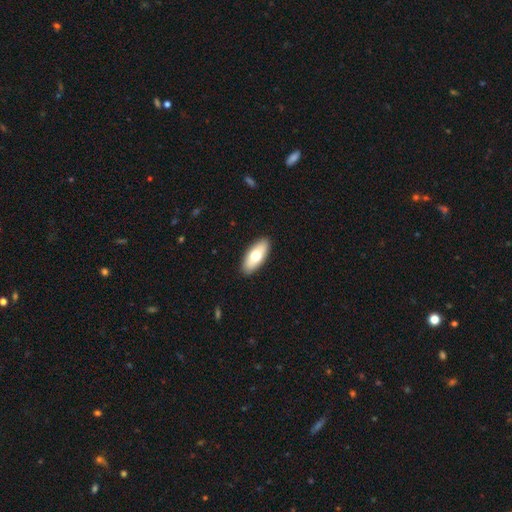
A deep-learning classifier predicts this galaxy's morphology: Smooth or featured? Predicted: smooth (p=0.69). How rounded? Predicted: in between (p=0.85). Merging? Predicted: none (p=0.90).